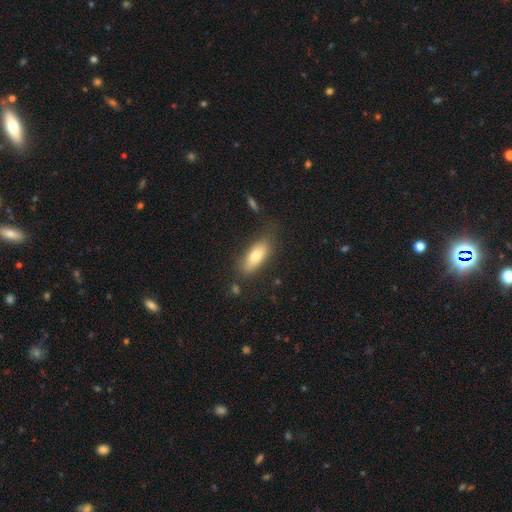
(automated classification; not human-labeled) smooth-or-featured: smooth: 72% | featured or disk: 20% | star or artifact: 7%
  how-rounded: in between: 71% | cigar-shaped: 26% | round: 3%
  merging: none: 75% | minor disturbance: 18% | major disturbance: 5% | merger: 3%